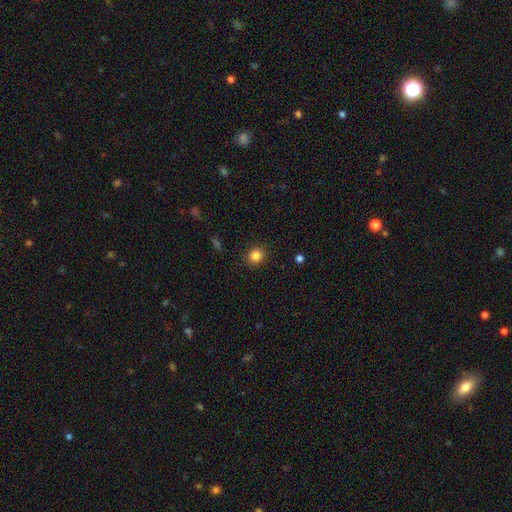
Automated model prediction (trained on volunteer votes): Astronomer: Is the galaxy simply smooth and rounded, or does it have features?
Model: smooth — 84%.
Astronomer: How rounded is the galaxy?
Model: round — 83%.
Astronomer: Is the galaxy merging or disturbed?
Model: none — 89%.